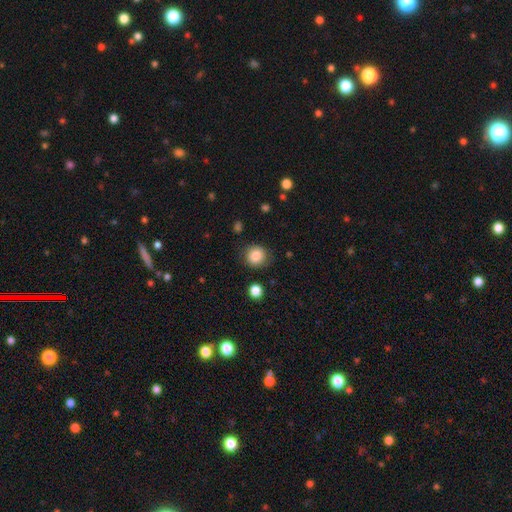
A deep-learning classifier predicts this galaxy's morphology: Q: Smooth or featured?
A: smooth (86%); runner-up: star or artifact (10%)
Q: How rounded?
A: round (88%); runner-up: in between (12%)
Q: Merging?
A: none (83%); runner-up: minor disturbance (11%)